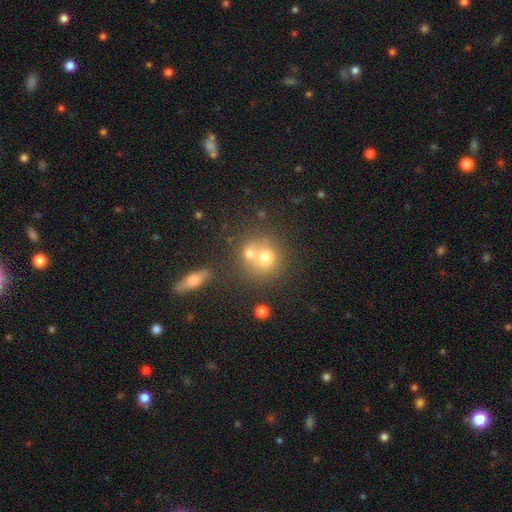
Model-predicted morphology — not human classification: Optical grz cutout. It shows a smooth galaxy with no disk features (64%) that is round (83%). Merging: merger (49%).